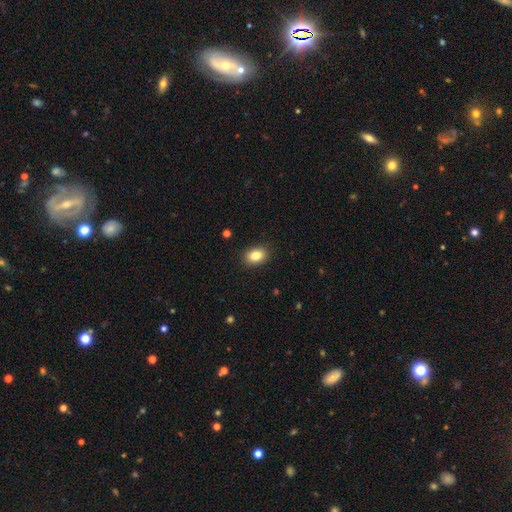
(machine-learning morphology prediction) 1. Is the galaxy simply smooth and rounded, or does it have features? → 84% smooth, 9% star or artifact, 7% featured or disk.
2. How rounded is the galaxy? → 76% in between, 23% round, 1% cigar-shaped.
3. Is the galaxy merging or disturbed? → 89% none, 8% minor disturbance, 2% major disturbance, 1% merger.